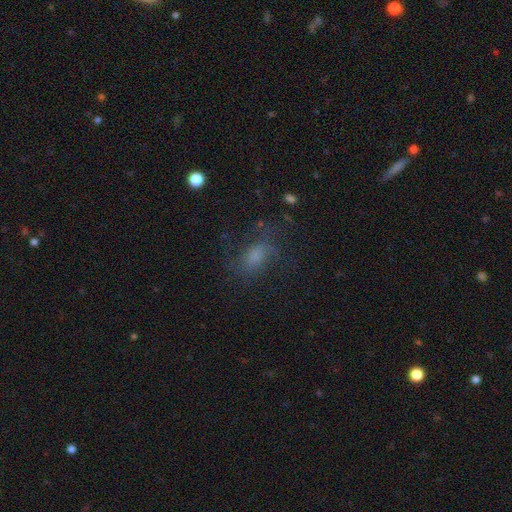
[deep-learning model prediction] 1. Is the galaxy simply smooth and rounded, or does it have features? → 44% smooth, 37% featured or disk, 19% star or artifact.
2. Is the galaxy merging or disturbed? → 58% none, 21% major disturbance, 20% minor disturbance, 2% merger.